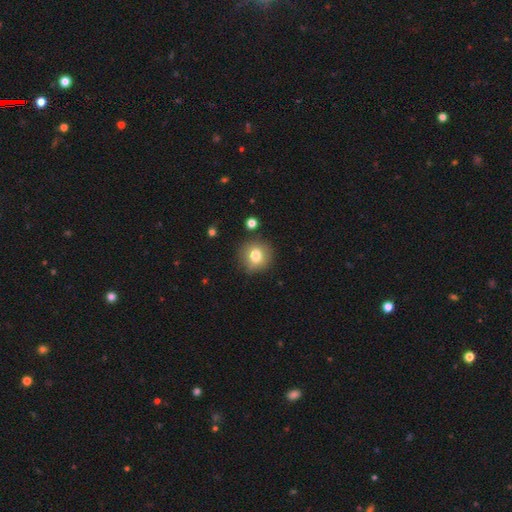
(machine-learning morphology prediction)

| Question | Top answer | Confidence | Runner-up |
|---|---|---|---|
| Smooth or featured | smooth | 78% | featured or disk (12%) |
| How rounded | round | 91% | in between (9%) |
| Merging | none | 85% | minor disturbance (10%) |